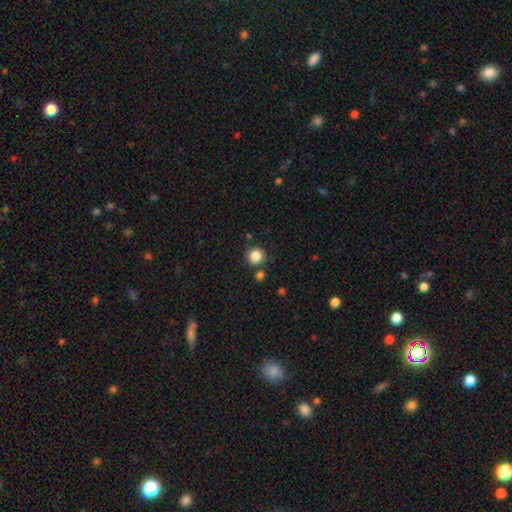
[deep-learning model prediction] Smooth or featured: smooth — 85% (star or artifact — 11%)
How rounded: round — 94% (in between — 5%)
Merging: none — 84% (minor disturbance — 7%)